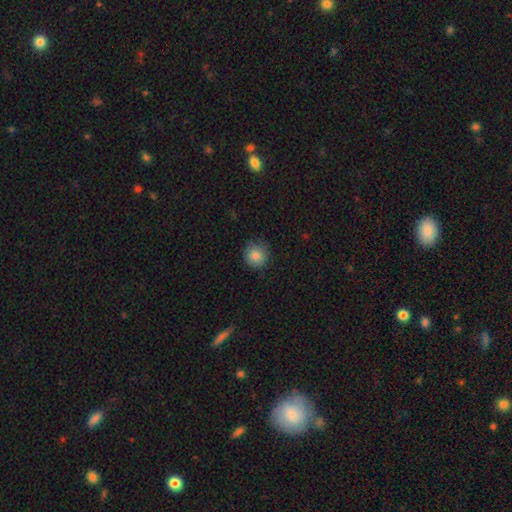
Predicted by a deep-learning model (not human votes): Overall: smooth (85%). How rounded: round (93%). Merging: none (86%).